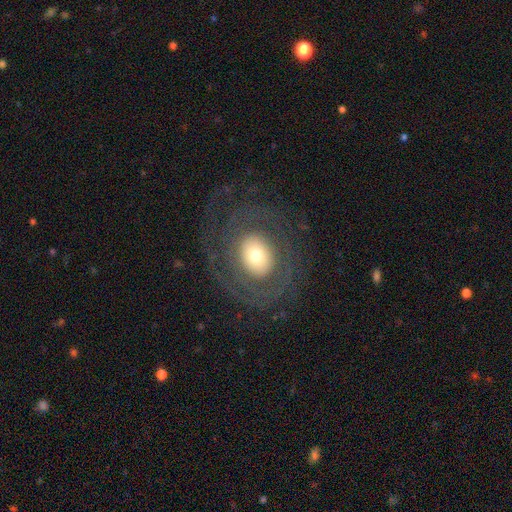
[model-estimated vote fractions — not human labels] smooth-or-featured: featured or disk: 58% | smooth: 33% | star or artifact: 8%
  disk-edge-on: no: 95% | yes: 5%
    bar: no: 84% | weak: 11% | strong: 5%
    has-spiral-arms: yes: 54% | no: 46%
    bulge-size: moderate: 45% | small: 28% | large: 20% | dominant: 6% | none: 1%
  merging: none: 71% | major disturbance: 15% | minor disturbance: 13% | merger: 1%